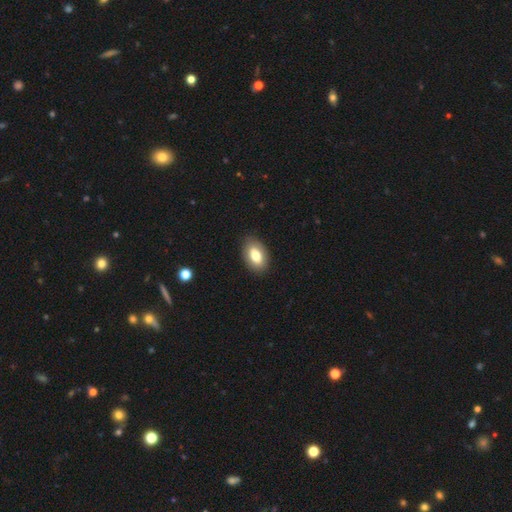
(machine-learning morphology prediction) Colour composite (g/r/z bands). It shows a smooth galaxy with no disk features (77%) that is in between round and cigar-shaped (92%). Merging: none (86%).